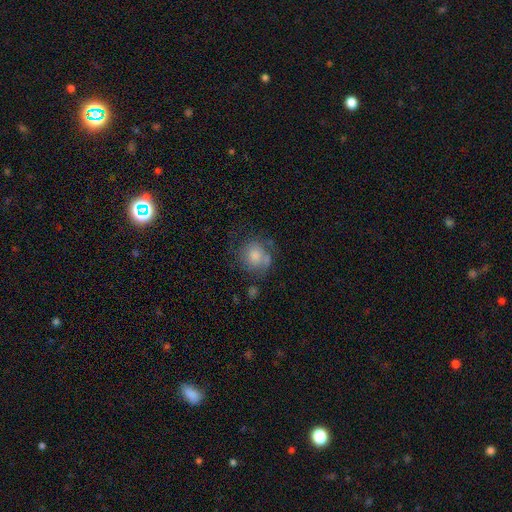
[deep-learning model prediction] Morphology: type=smooth (72%); roundness=round (82%); merging=none (52%).